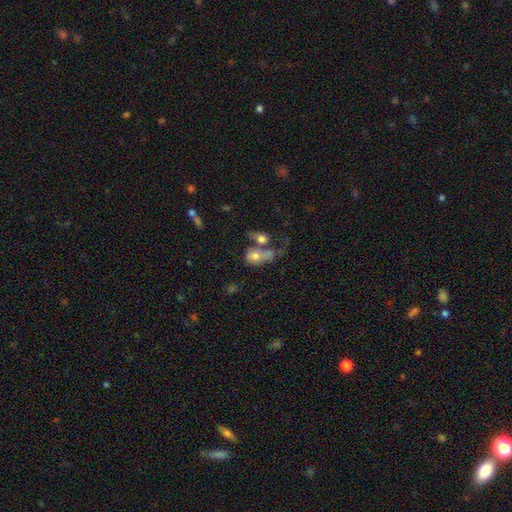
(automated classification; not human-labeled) Overall: smooth (63%; featured or disk 26%). How rounded: in between (77%). Merging: merger (55%; none 18%).